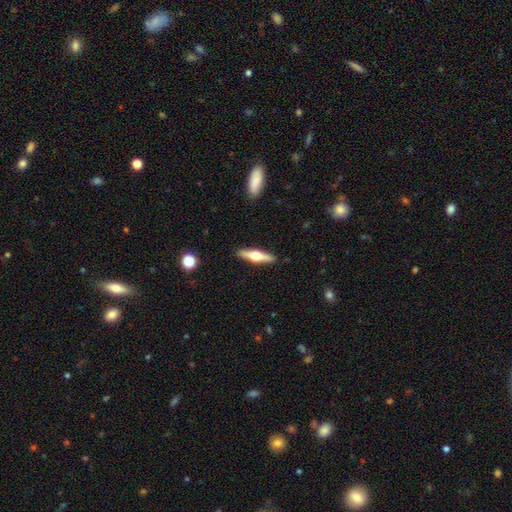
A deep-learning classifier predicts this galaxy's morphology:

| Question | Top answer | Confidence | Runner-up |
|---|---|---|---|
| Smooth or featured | featured or disk | 65% | smooth (29%) |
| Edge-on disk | yes | 96% | no (4%) |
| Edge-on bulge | rounded | 96% | boxy (3%) |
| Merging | none | 90% | minor disturbance (7%) |